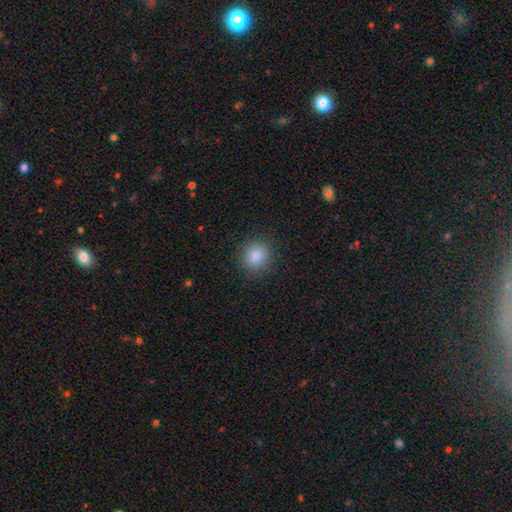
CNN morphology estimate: Smooth or featured? Predicted: smooth (p=0.84). How rounded? Predicted: round (p=0.86). Merging? Predicted: none (p=0.90).